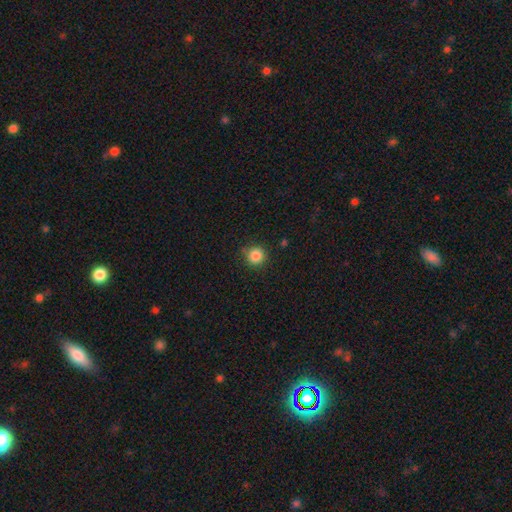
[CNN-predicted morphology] Smooth or featured? Predicted: smooth (p=0.85). How rounded? Predicted: round (p=0.94). Merging? Predicted: none (p=0.87).